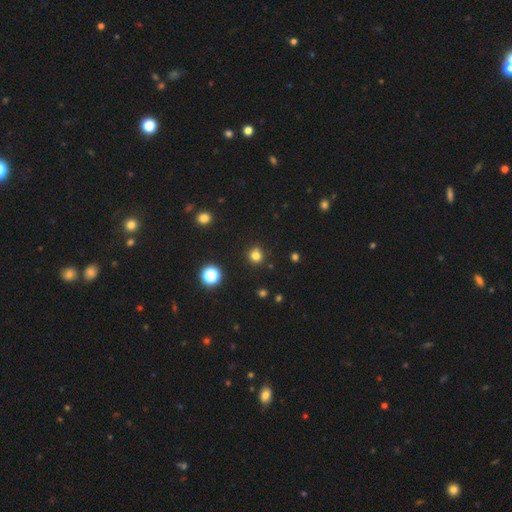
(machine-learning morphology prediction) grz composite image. It shows a smooth galaxy with no disk features (78%) that is round (90%). Merging: none (87%).